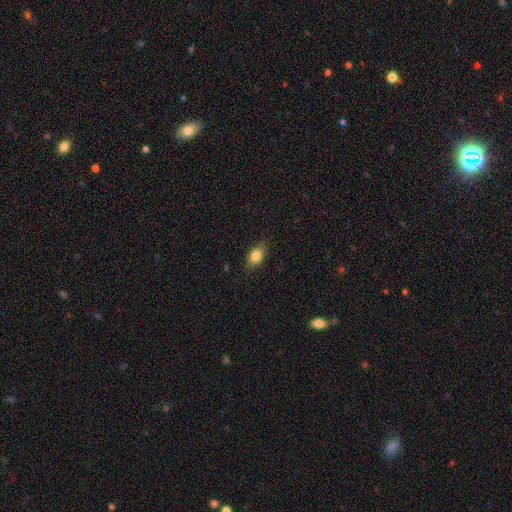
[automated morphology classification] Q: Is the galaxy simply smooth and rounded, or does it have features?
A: smooth — 83%.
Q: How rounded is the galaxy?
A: in between — 82%.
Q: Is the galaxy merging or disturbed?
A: none — 81%.